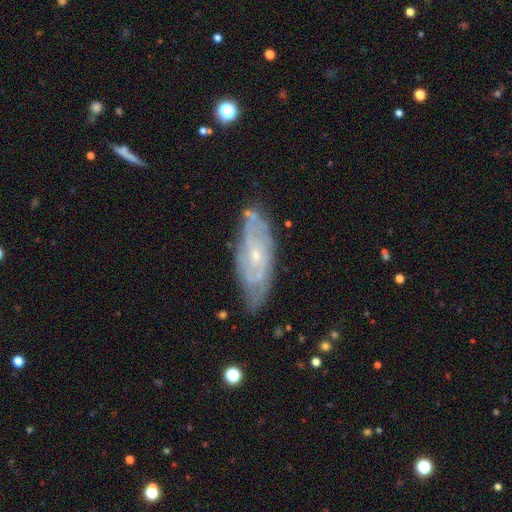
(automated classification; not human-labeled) Q: Smooth or featured?
A: featured or disk (76%); runner-up: smooth (18%)
Q: Edge-on disk?
A: no (84%); runner-up: yes (16%)
Q: Bar?
A: no (70%); runner-up: weak (25%)
Q: Spiral arms?
A: yes (84%); runner-up: no (16%)
Q: Spiral winding?
A: tight (58%); runner-up: medium (32%)
Q: Spiral arm count?
A: can't tell (53%); runner-up: 2 (24%)
Q: Bulge size?
A: small (77%); runner-up: moderate (19%)
Q: Merging?
A: none (73%); runner-up: minor disturbance (21%)